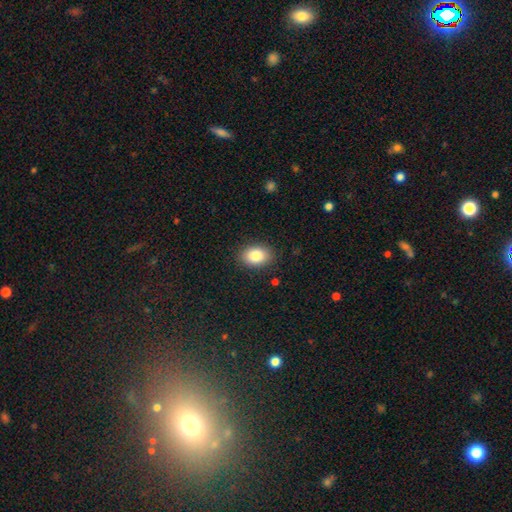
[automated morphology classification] smooth 85%, star or artifact 8%, featured or disk 7%. Down the decision tree: how rounded — in between (76%); merging — none (87%).